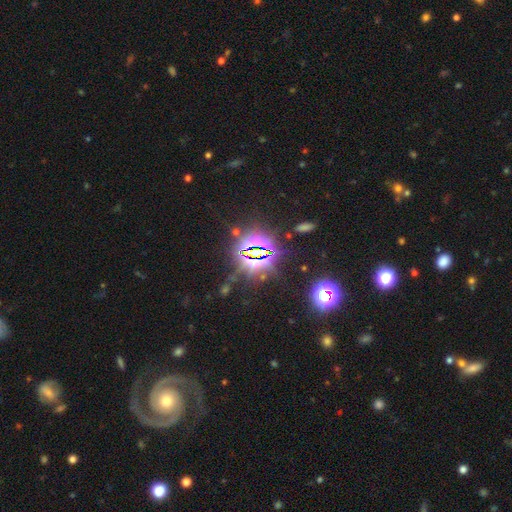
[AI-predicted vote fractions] star or artifact 83%, smooth 10%, featured or disk 7%.